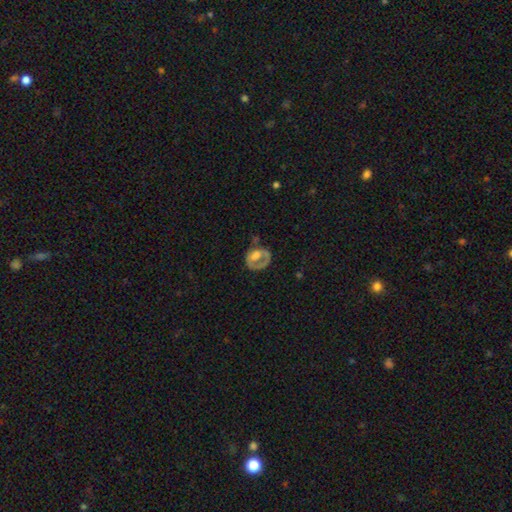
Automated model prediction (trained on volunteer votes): This is possibly a featured or disk galaxy (50%). Merging: marginally none (44%).